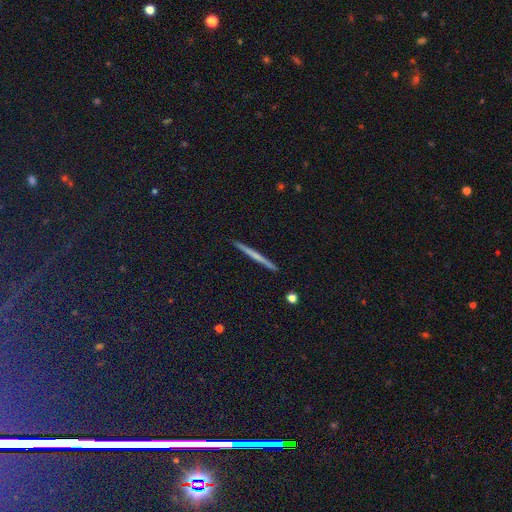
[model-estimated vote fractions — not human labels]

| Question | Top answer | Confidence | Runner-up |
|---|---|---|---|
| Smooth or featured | featured or disk | 48% | smooth (42%) |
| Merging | none | 92% | minor disturbance (5%) |